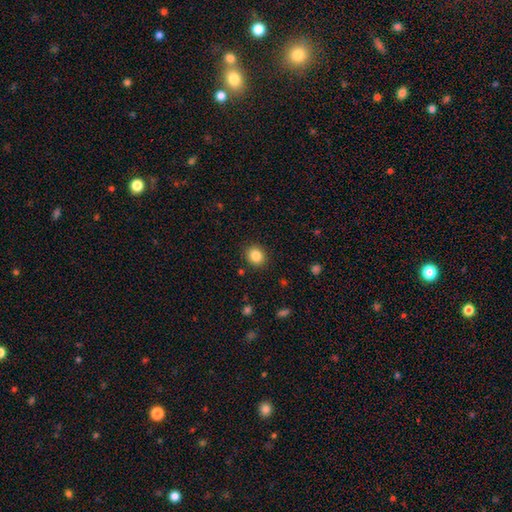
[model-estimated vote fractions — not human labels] smooth-or-featured: smooth: 85% | star or artifact: 10% | featured or disk: 5%
  how-rounded: round: 75% | in between: 24% | cigar-shaped: 1%
  merging: none: 89% | minor disturbance: 8% | major disturbance: 2% | merger: 1%